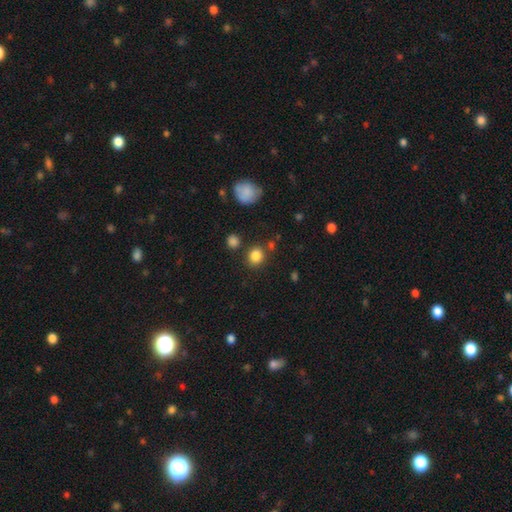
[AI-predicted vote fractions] This is clearly a smooth galaxy (84%). How rounded: likely round (79%). Merging: clearly none (81%).